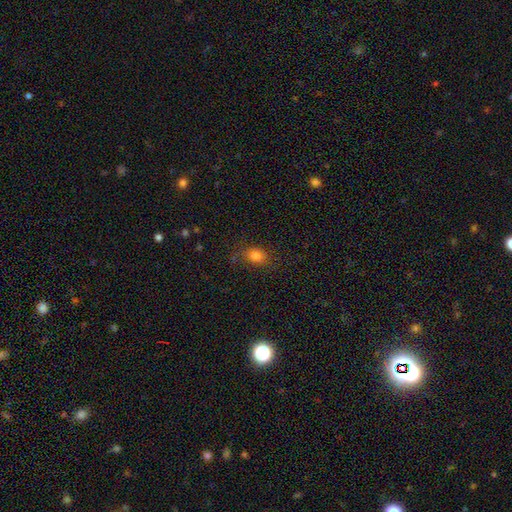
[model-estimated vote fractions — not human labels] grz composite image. It shows a smooth galaxy with no disk features (80%) that is in between round and cigar-shaped (58%). Merging: none (74%).